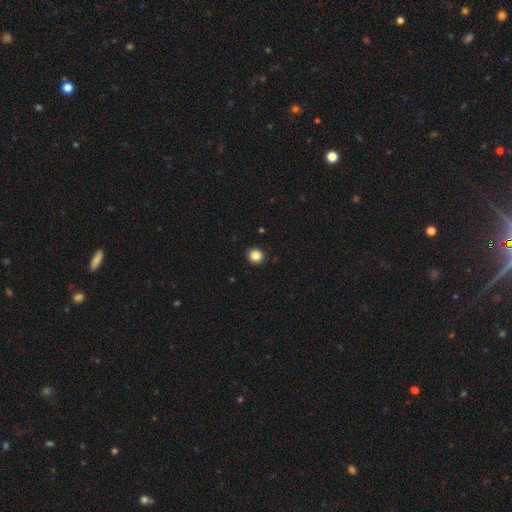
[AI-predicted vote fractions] Smooth or featured?
  - smooth: 86% *
  - star or artifact: 11%
  - featured or disk: 3%
How rounded?
  - round: 93% *
  - in between: 6%
  - cigar-shaped: 1%
Merging?
  - none: 93% *
  - minor disturbance: 4%
  - major disturbance: 1%
  - merger: 1%